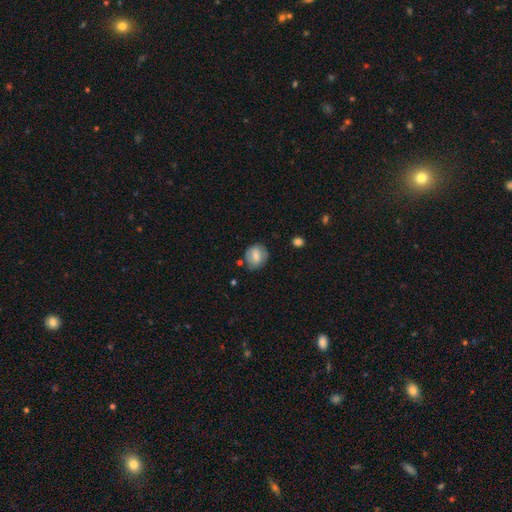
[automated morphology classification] A smooth galaxy with no disk features (66%) that is round (73%).

Vote fractions:
- Smooth or featured? smooth: 66% / featured or disk: 26% / star or artifact: 8%
- How rounded? round: 73% / in between: 26% / cigar-shaped: 1%
- Merging? none: 73% / minor disturbance: 19% / major disturbance: 4% / merger: 3%